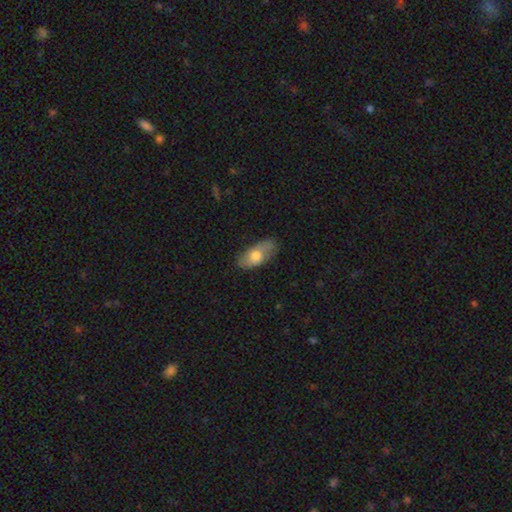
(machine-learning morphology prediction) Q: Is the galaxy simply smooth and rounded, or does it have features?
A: smooth — 61%.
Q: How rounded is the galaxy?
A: in between — 86%.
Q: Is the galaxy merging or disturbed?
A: none — 74%.